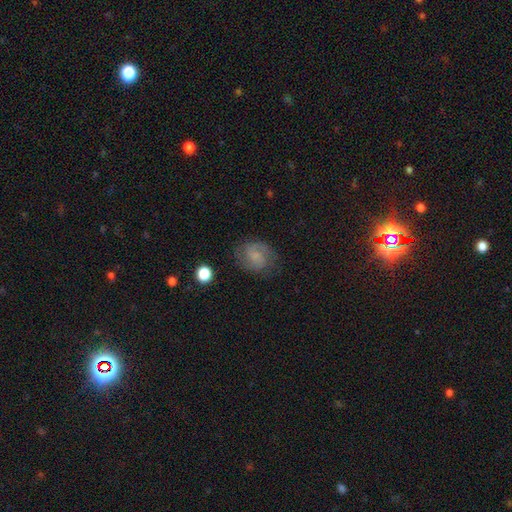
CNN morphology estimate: A featured or disk galaxy (62%) with no bar (51%), 2 (79%) medium (49%) spiral arms (91%) and a small central bulge (47%). Merging: none (74%).